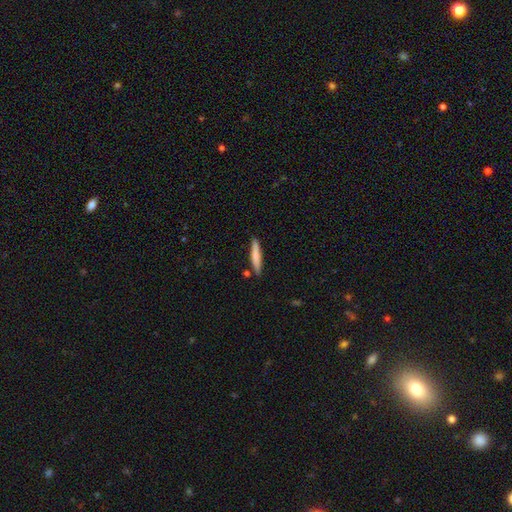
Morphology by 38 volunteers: smooth 74%, featured or disk 21%, star or artifact 5%. Down the decision tree: how rounded — cigar-shaped (100%); merging — none (94%).